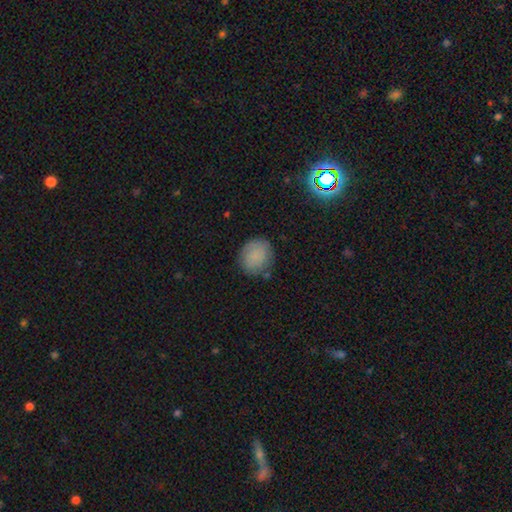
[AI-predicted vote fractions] Smooth or featured: smooth — 82% (star or artifact — 9%)
How rounded: round — 75% (in between — 24%)
Merging: none — 79% (minor disturbance — 15%)